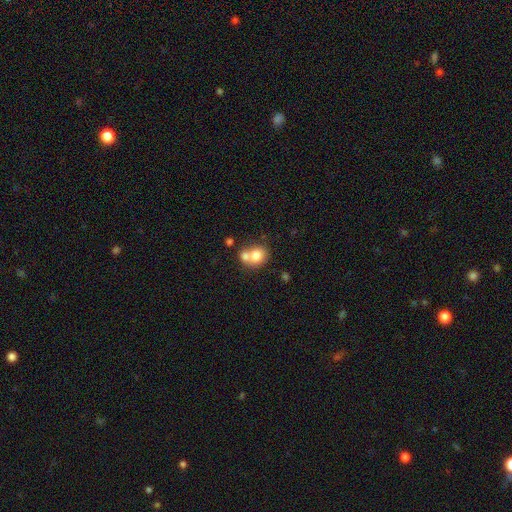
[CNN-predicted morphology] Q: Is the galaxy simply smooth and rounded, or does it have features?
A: smooth — 74%.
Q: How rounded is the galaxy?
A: round — 69%.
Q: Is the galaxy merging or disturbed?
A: merger — 54%.